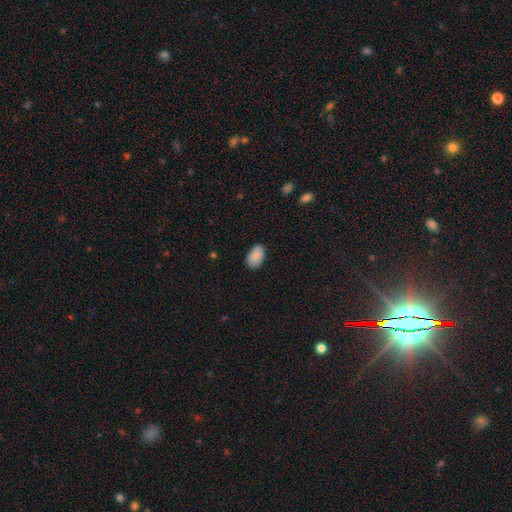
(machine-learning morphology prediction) Q: Smooth or featured?
A: smooth (86%); runner-up: star or artifact (7%)
Q: How rounded?
A: in between (91%); runner-up: round (7%)
Q: Merging?
A: none (82%); runner-up: minor disturbance (14%)